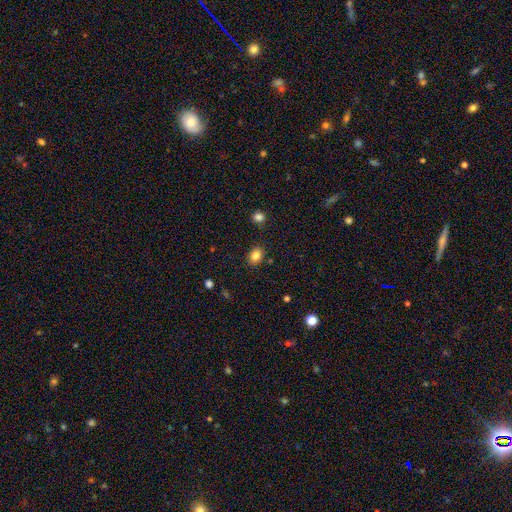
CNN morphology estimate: smooth 83%, star or artifact 11%, featured or disk 6%. Down the decision tree: how rounded — in between (60%); merging — none (85%).